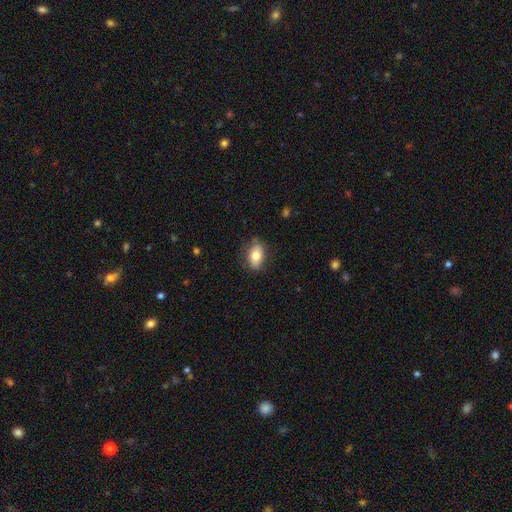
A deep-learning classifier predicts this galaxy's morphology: A smooth galaxy with no disk features (76%) that is in between round and cigar-shaped (88%).

Vote fractions:
- Smooth or featured? smooth: 76% / featured or disk: 17% / star or artifact: 7%
- How rounded? in between: 88% / round: 10% / cigar-shaped: 2%
- Merging? none: 74% / minor disturbance: 20% / major disturbance: 5% / merger: 1%